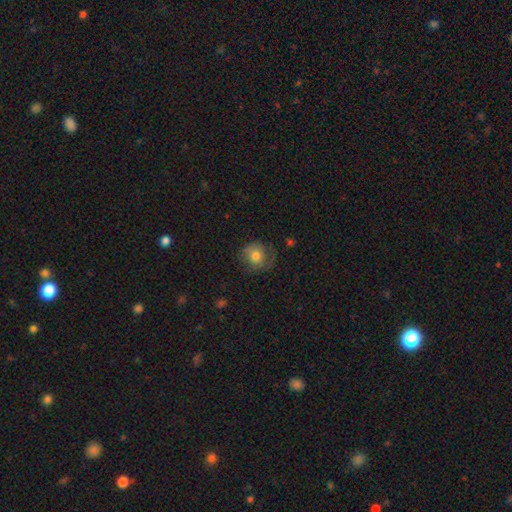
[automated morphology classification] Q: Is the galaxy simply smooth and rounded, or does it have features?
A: smooth — 66%.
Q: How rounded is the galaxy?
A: round — 83%.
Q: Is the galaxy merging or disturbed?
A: none — 61%.